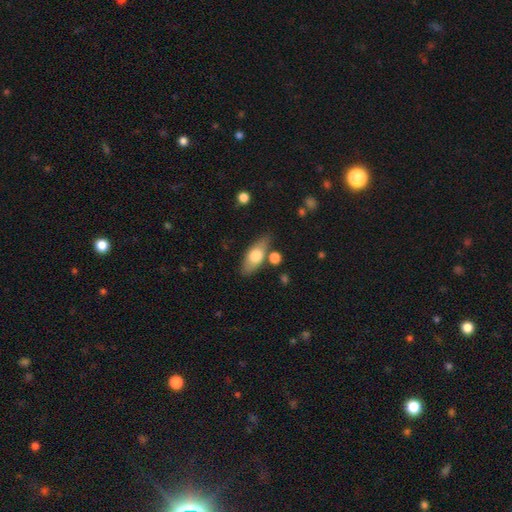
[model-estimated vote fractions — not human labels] This is likely a smooth galaxy (66%). How rounded: likely in between (75%). Merging: likely none (73%).